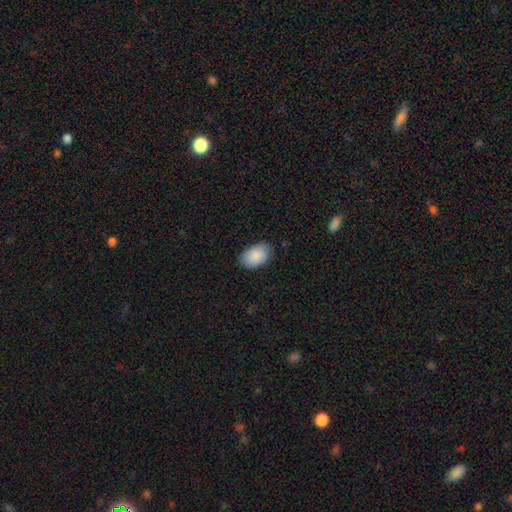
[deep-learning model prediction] The model was most divided on "merging": none: 83%, minor disturbance: 13%, major disturbance: 3%, merger: 1%. More confident: how rounded — in between (91%); smooth or featured — smooth (89%).